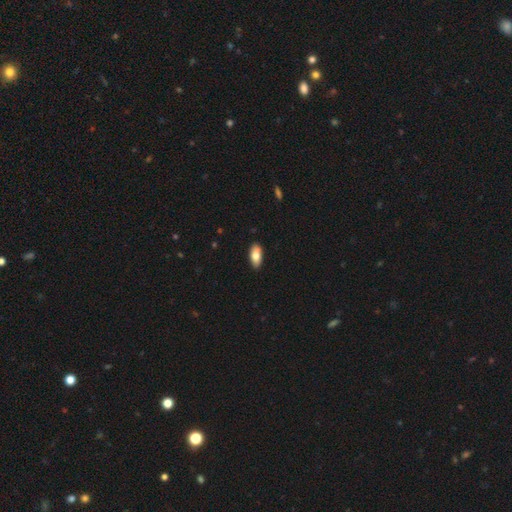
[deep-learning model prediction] This appears to be a smooth galaxy with no disk features (78%) that is in between round and cigar-shaped (89%). Merging: none (89%).